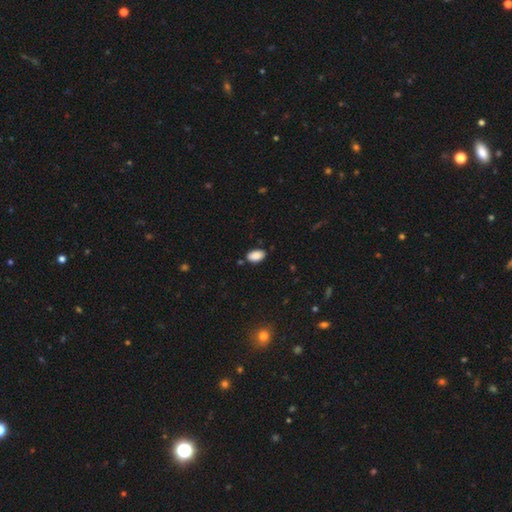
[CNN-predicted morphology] This is clearly a smooth galaxy (88%). How rounded: clearly in between (94%). Merging: clearly none (83%).